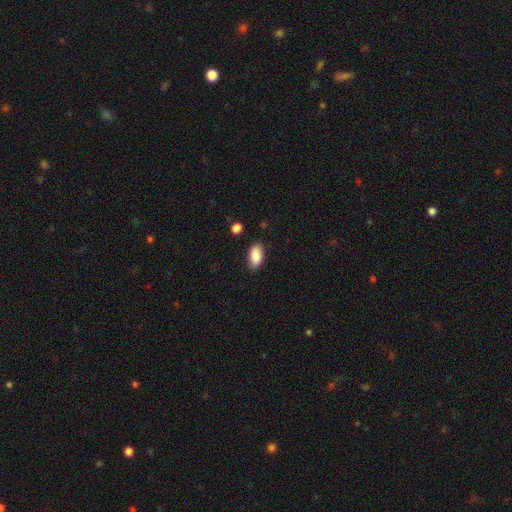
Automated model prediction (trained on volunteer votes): Smooth or featured? Predicted: smooth (p=0.89). How rounded? Predicted: in between (p=0.92). Merging? Predicted: none (p=0.84).